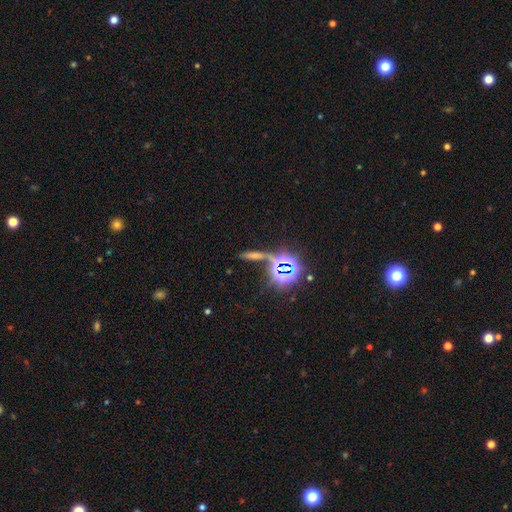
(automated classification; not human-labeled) smooth_or_featured: star or artifact (p=0.57) [alt: smooth p=0.26]